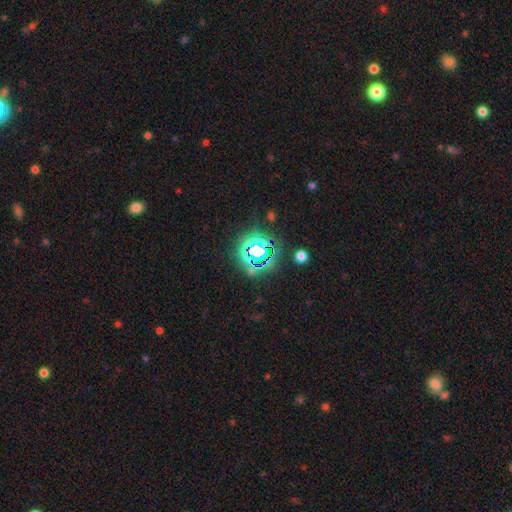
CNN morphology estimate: type=star or artifact (74%).